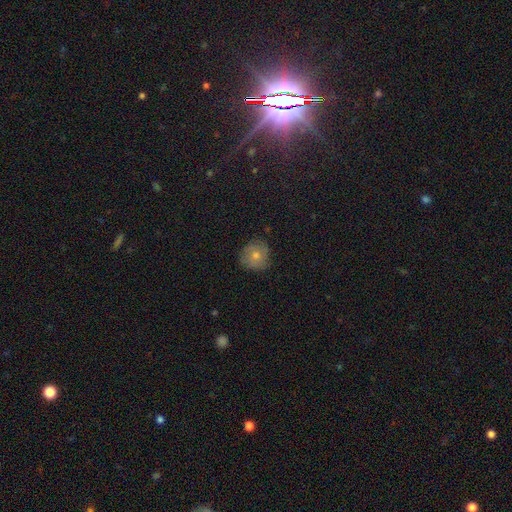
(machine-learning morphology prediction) Smooth or featured? smooth (72%)
How rounded? round (89%)
Merging? none (79%)